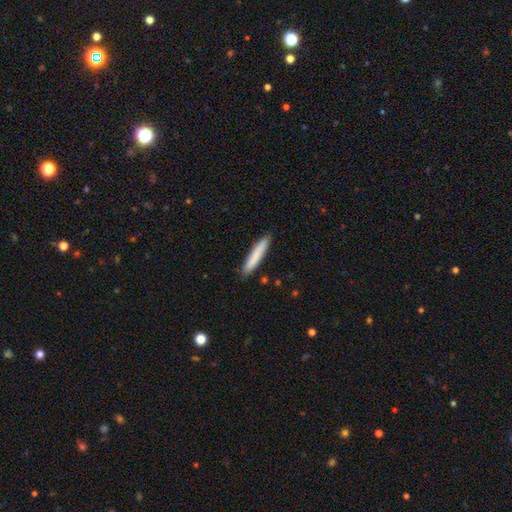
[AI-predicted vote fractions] Overall: smooth (81%). How rounded: cigar-shaped (93%). Merging: none (89%).